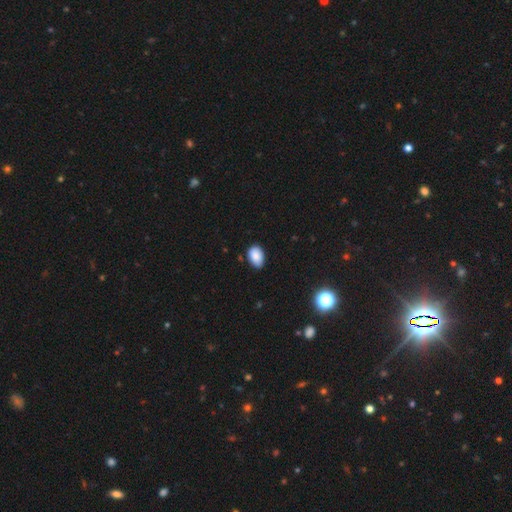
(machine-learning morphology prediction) type=smooth (87%); roundness=in between (85%); merging=none (74%).